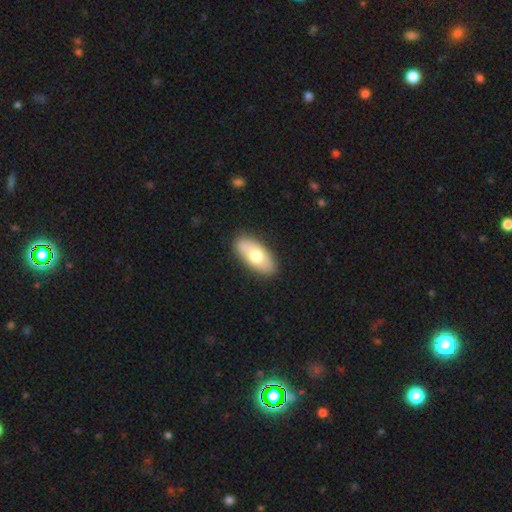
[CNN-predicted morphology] type=smooth (68%); roundness=in between (89%); merging=none (85%).